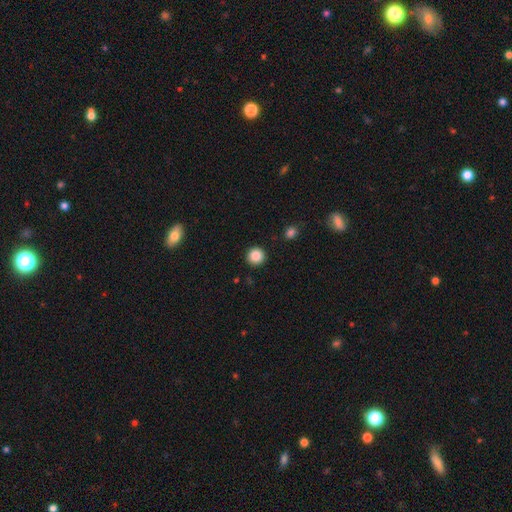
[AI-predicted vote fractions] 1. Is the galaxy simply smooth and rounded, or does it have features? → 87% smooth, 10% star or artifact, 3% featured or disk.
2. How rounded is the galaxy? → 95% round, 4% in between, 1% cigar-shaped.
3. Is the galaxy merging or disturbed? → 92% none, 5% minor disturbance, 2% major disturbance, 1% merger.